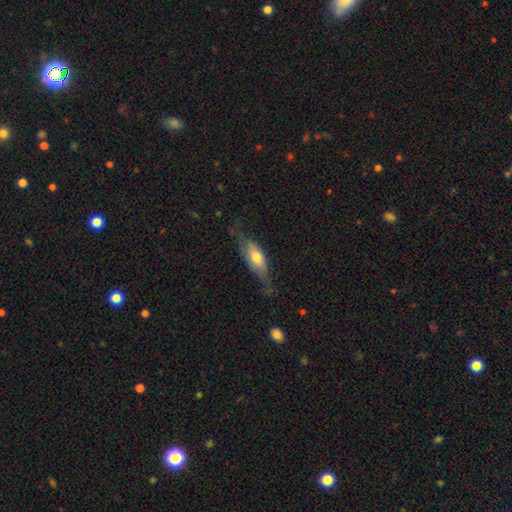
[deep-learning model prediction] smooth 50%, featured or disk 43%, star or artifact 7%. Down the decision tree: how rounded — in between (55%); merging — none (60%).